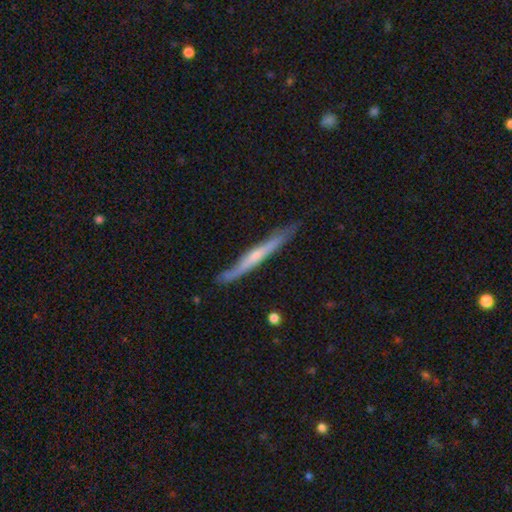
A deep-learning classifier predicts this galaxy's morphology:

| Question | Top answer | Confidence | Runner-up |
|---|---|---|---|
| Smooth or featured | featured or disk | 61% | smooth (33%) |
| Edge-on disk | yes | 93% | no (7%) |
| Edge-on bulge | none | 49% | rounded (44%) |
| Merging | none | 76% | minor disturbance (19%) |